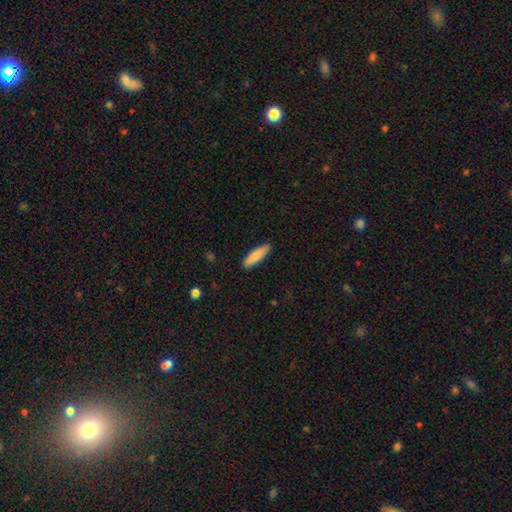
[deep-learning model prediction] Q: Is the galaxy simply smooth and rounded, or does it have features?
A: smooth — 85%.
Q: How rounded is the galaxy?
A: cigar-shaped — 65%.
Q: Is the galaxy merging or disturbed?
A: none — 90%.